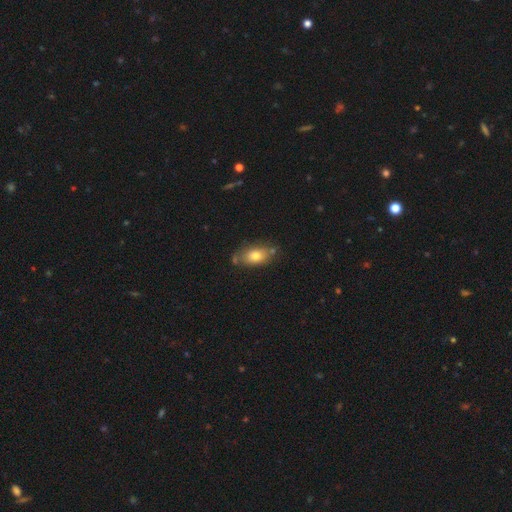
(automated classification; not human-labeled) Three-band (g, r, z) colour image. It shows a smooth galaxy with no disk features (76%) that is in between round and cigar-shaped (86%). Merging: none (67%).